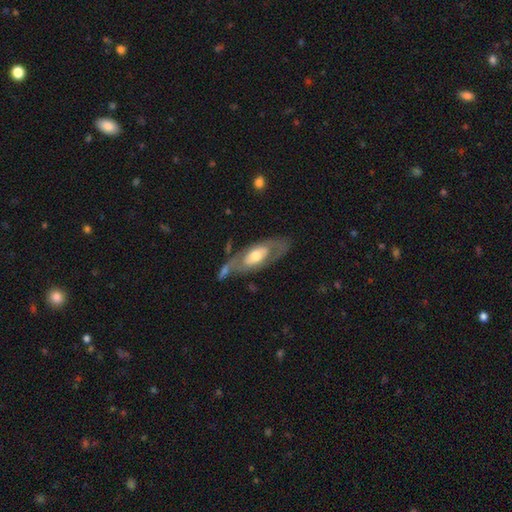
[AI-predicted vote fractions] Q: Smooth or featured?
A: featured or disk (61%); runner-up: smooth (34%)
Q: Edge-on disk?
A: no (81%); runner-up: yes (19%)
Q: Merging?
A: none (57%); runner-up: minor disturbance (20%)